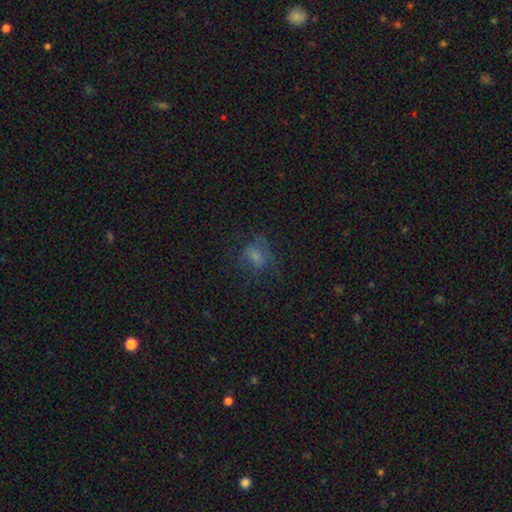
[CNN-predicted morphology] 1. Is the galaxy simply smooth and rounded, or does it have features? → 48% smooth, 28% star or artifact, 24% featured or disk.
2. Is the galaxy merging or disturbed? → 58% none, 20% major disturbance, 20% minor disturbance, 2% merger.